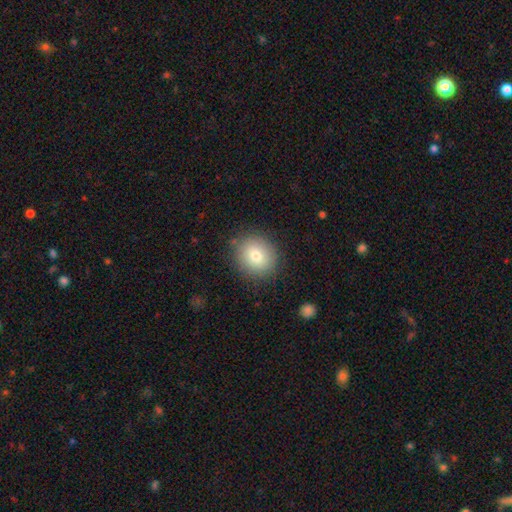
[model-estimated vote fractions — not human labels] smooth 78%, featured or disk 12%, star or artifact 10%. Down the decision tree: how rounded — round (77%); merging — none (86%).